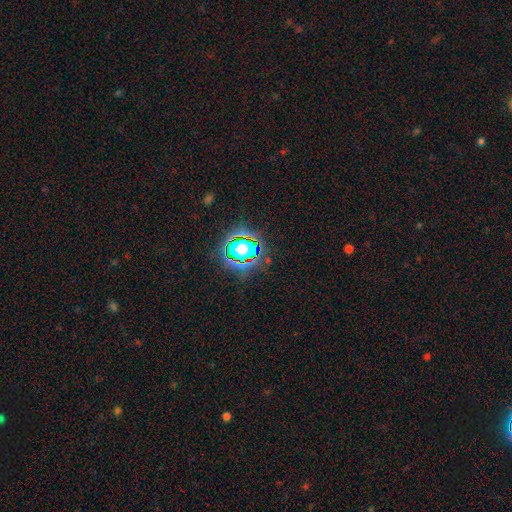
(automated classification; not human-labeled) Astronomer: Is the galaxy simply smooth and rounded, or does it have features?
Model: star or artifact — 80%.